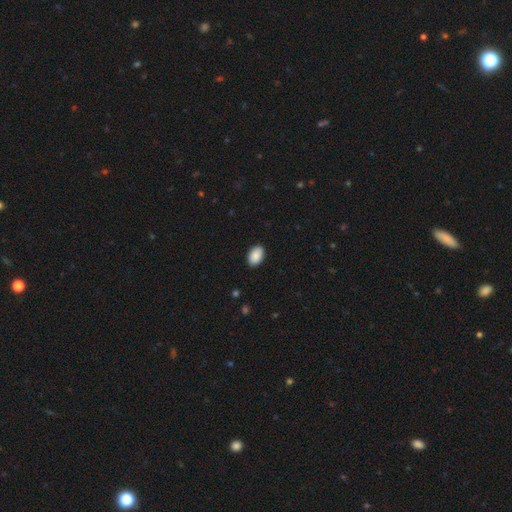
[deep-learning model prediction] A smooth galaxy with no disk features (90%) that is in between round and cigar-shaped (88%).

Vote fractions:
- Smooth or featured? smooth: 90% / star or artifact: 7% / featured or disk: 3%
- How rounded? in between: 88% / round: 11% / cigar-shaped: 1%
- Merging? none: 90% / minor disturbance: 8% / major disturbance: 2% / merger: 1%